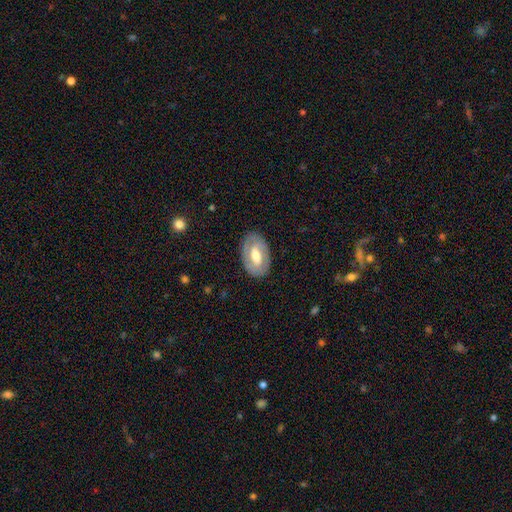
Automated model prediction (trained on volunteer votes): A featured or disk galaxy (63%) with a weak bar (45%), spiral arms (63%) and a moderate central bulge (61%). Merging: none (83%).